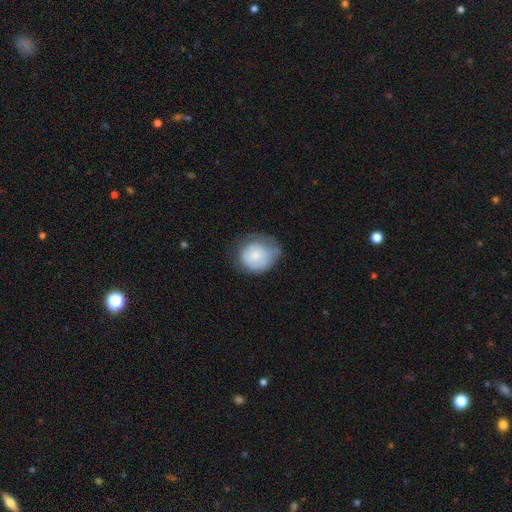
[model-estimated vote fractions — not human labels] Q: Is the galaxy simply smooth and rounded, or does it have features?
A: smooth — 70%.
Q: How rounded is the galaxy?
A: round — 76%.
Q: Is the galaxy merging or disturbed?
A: none — 42%.